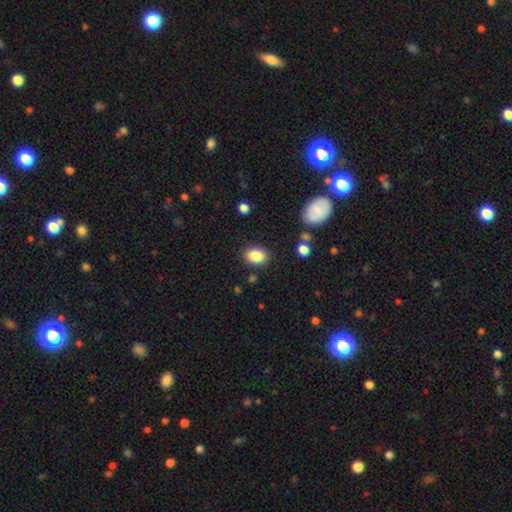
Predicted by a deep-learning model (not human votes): This appears to be a smooth galaxy with no disk features (86%) that is in between round and cigar-shaped (67%). Merging: none (85%).